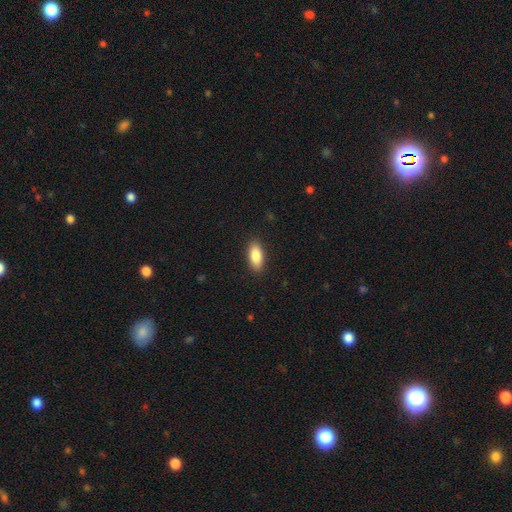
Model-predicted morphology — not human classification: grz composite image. It shows a smooth galaxy with no disk features (87%) that is in between round and cigar-shaped (86%). Merging: none (89%).